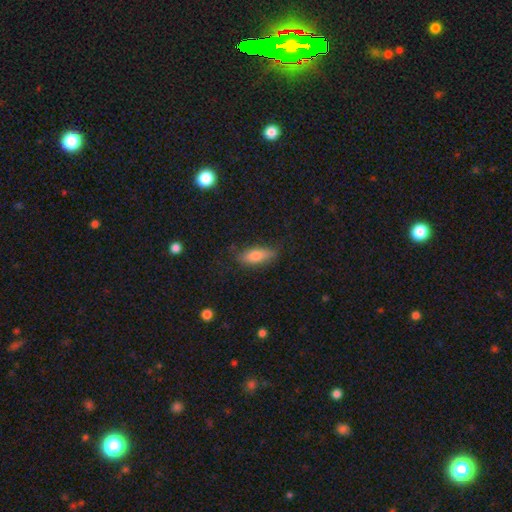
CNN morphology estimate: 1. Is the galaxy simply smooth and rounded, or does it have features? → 75% smooth, 18% featured or disk, 8% star or artifact.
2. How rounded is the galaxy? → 65% in between, 32% cigar-shaped, 3% round.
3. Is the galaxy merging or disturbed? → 75% none, 19% minor disturbance, 4% major disturbance, 2% merger.